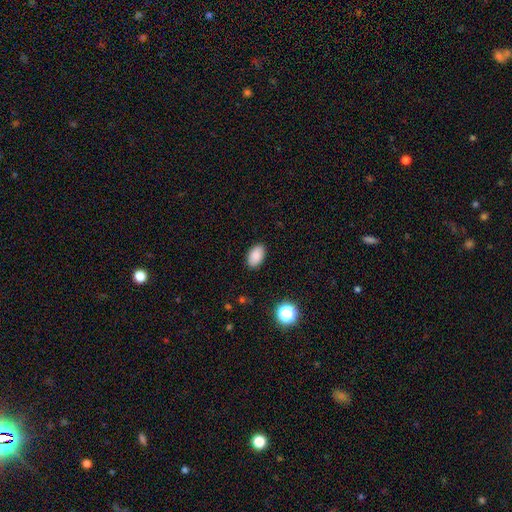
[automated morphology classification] Q: Smooth or featured?
A: smooth (87%); runner-up: star or artifact (9%)
Q: How rounded?
A: in between (92%); runner-up: round (6%)
Q: Merging?
A: none (88%); runner-up: minor disturbance (9%)